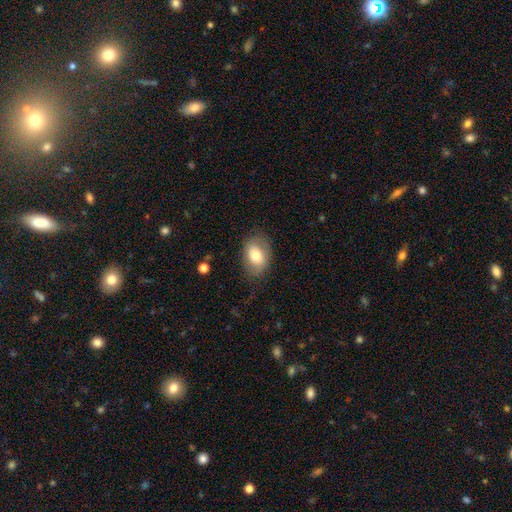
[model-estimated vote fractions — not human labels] A smooth galaxy with no disk features (73%) that is in between round and cigar-shaped (81%). Merging: none (74%).